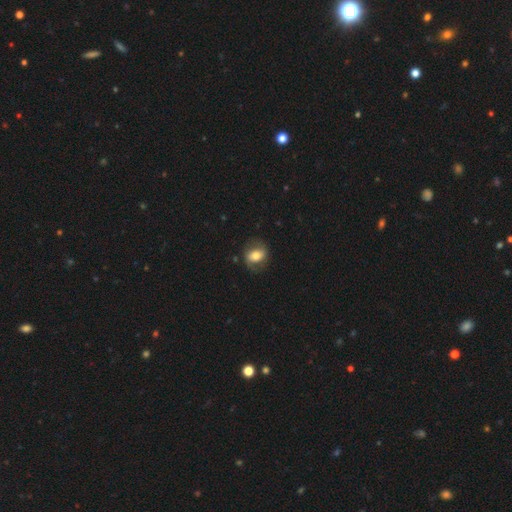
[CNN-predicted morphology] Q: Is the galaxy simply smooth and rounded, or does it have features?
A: smooth — 50%.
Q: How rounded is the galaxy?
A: in between — 63%.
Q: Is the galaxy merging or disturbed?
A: none — 72%.